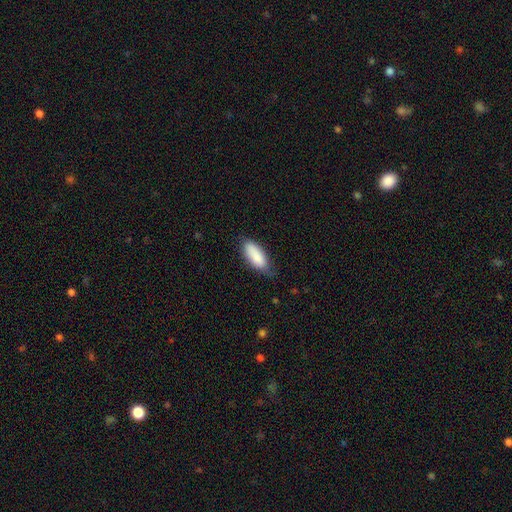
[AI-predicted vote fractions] Smooth or featured? smooth (87%)
How rounded? in between (82%)
Merging? none (61%)